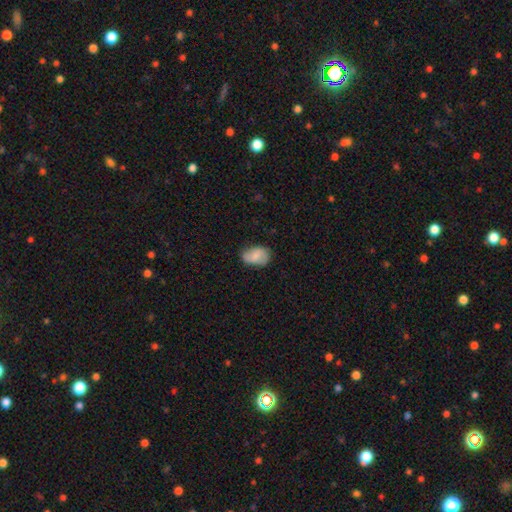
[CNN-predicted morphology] A smooth galaxy with no disk features (71%) that is in between round and cigar-shaped (86%).

Vote fractions:
- Smooth or featured? smooth: 71% / featured or disk: 21% / star or artifact: 7%
- How rounded? in between: 86% / round: 13% / cigar-shaped: 1%
- Merging? none: 65% / minor disturbance: 27% / major disturbance: 6% / merger: 2%